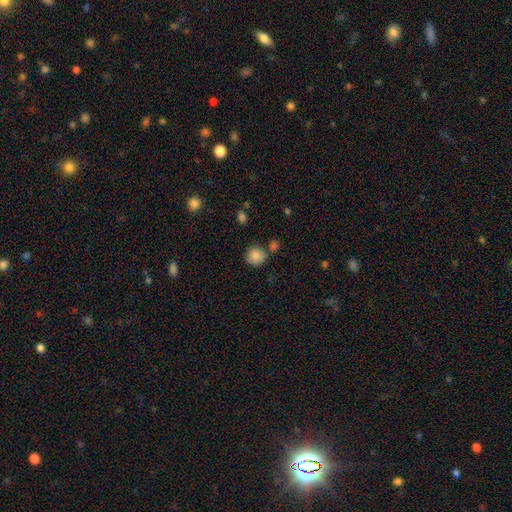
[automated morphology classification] smooth_or_featured: smooth (p=0.86) [alt: star or artifact p=0.09]
how_rounded: round (p=0.87) [alt: in between p=0.12]
merging: none (p=0.69) [alt: merger p=0.13]